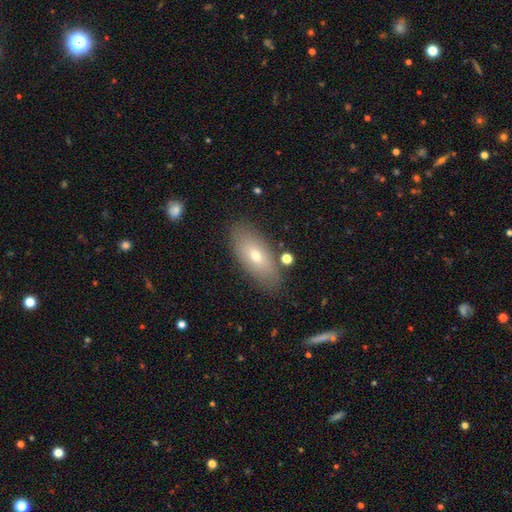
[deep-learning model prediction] Smooth or featured? smooth (66%)
How rounded? in between (84%)
Merging? none (82%)